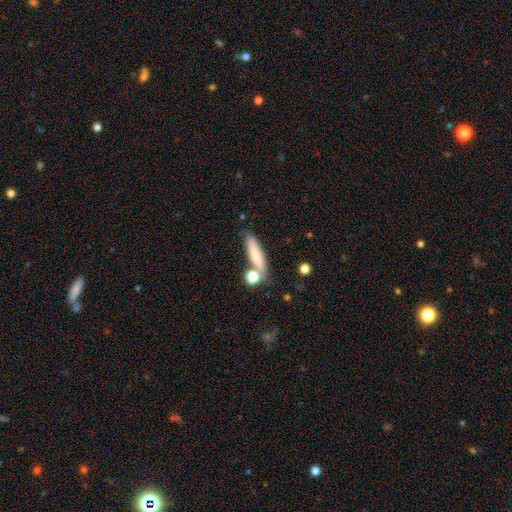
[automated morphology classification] A smooth galaxy with no disk features (72%) that is cigar-shaped (67%). Merging: none (63%).